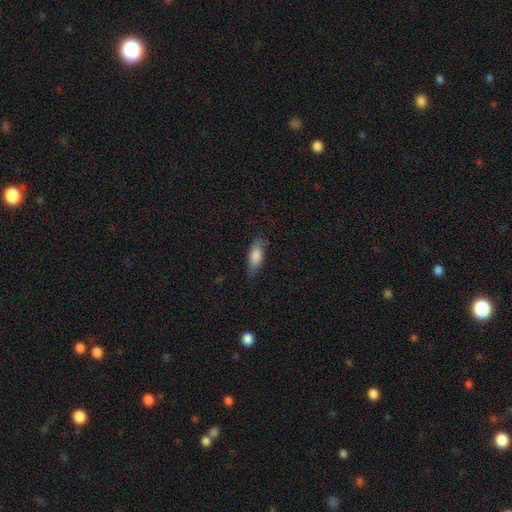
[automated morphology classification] smooth_or_featured: smooth (p=0.81) [alt: featured or disk p=0.13]
how_rounded: in between (p=0.64) [alt: cigar-shaped p=0.34]
merging: none (p=0.75) [alt: minor disturbance p=0.20]